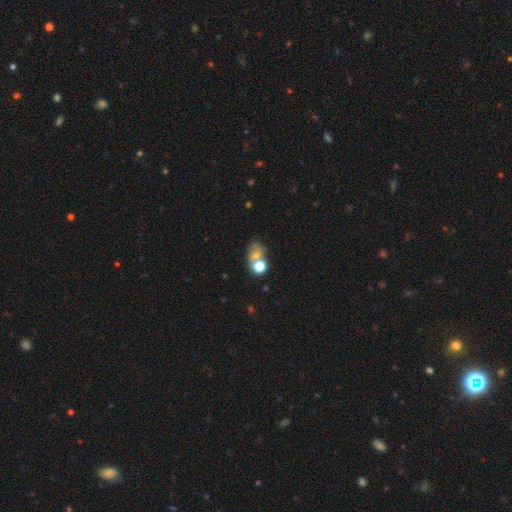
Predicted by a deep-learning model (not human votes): This is likely a smooth galaxy (60%). How rounded: possibly in between (57%). Merging: marginally none (40%).